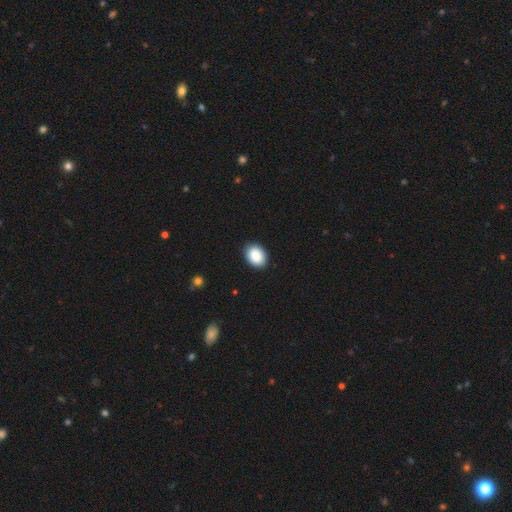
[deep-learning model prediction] smooth_or_featured: smooth (p=0.90) [alt: star or artifact p=0.07]
how_rounded: in between (p=0.71) [alt: round p=0.28]
merging: none (p=0.90) [alt: minor disturbance p=0.08]